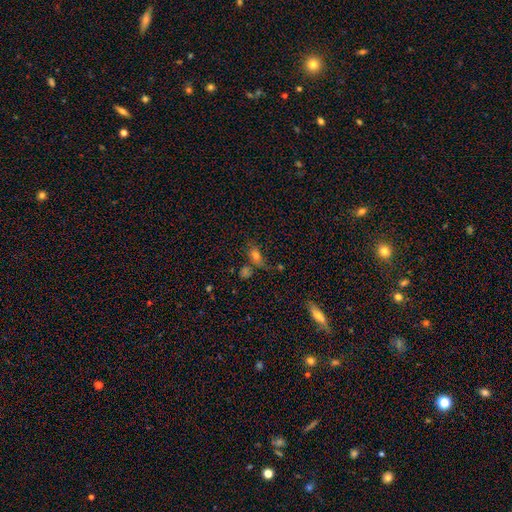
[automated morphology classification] smooth 68%, star or artifact 17%, featured or disk 15%. Down the decision tree: how rounded — in between (75%); merging — none (53%).